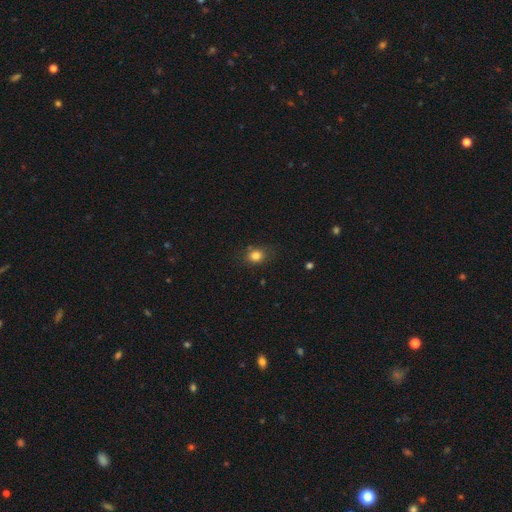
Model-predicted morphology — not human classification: The model was most divided on "how rounded": round: 57%, in between: 42%, cigar-shaped: 1%. More confident: smooth or featured — smooth (82%); merging — none (76%).